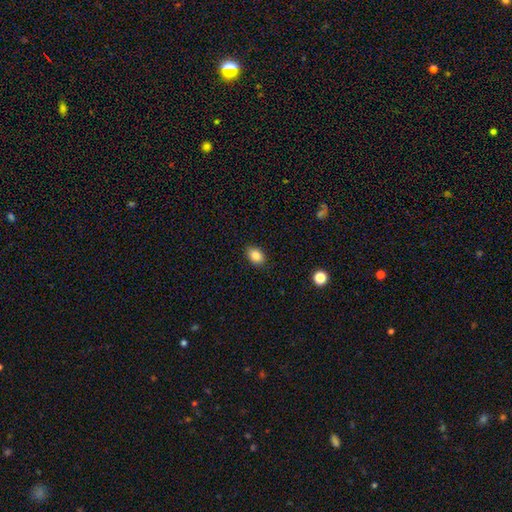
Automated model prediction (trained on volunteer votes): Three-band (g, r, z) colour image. It shows a smooth galaxy with no disk features (86%) that is in between round and cigar-shaped (80%). Merging: none (89%).